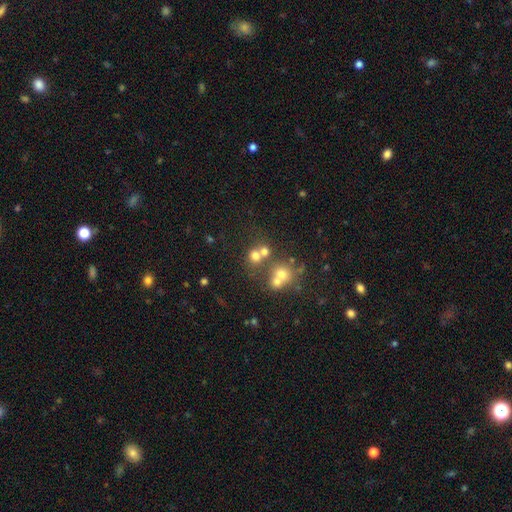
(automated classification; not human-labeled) Q: Smooth or featured?
A: smooth (65%); runner-up: star or artifact (20%)
Q: How rounded?
A: round (83%); runner-up: in between (16%)
Q: Merging?
A: none (50%); runner-up: merger (38%)